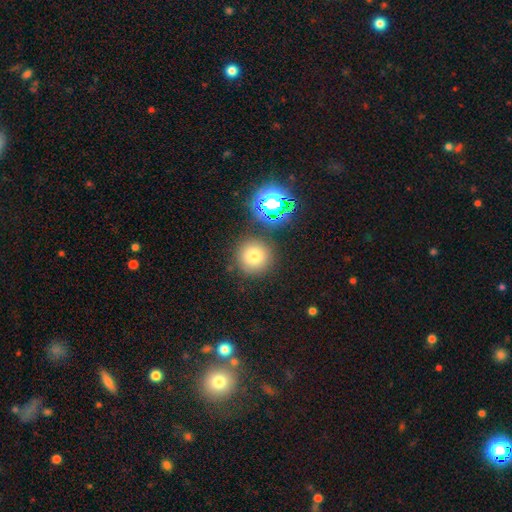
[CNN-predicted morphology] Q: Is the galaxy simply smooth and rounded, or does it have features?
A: smooth — 73%.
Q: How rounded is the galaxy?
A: round — 95%.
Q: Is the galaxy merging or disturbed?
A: none — 85%.